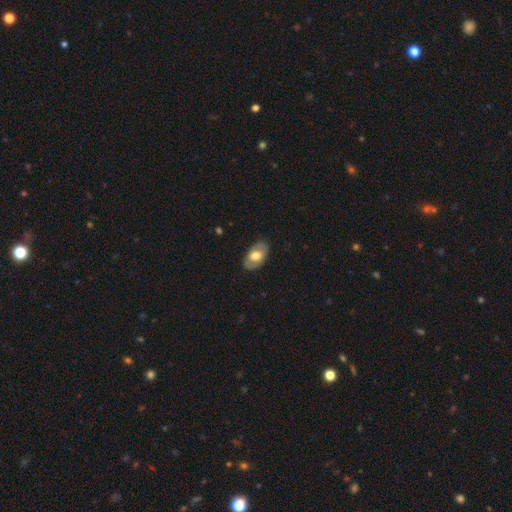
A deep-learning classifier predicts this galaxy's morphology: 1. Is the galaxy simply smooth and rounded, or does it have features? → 56% smooth, 38% featured or disk, 6% star or artifact.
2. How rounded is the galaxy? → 91% in between, 8% round, 1% cigar-shaped.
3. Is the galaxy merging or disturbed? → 83% none, 12% minor disturbance, 3% major disturbance, 1% merger.